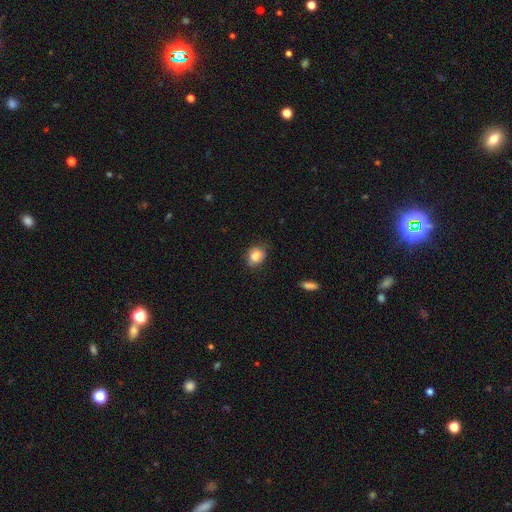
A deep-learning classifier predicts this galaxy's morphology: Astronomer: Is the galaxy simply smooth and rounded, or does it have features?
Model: smooth — 80%.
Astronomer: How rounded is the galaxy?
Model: in between — 50% (runner-up: round, 49%).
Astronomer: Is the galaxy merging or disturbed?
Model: none — 62%.